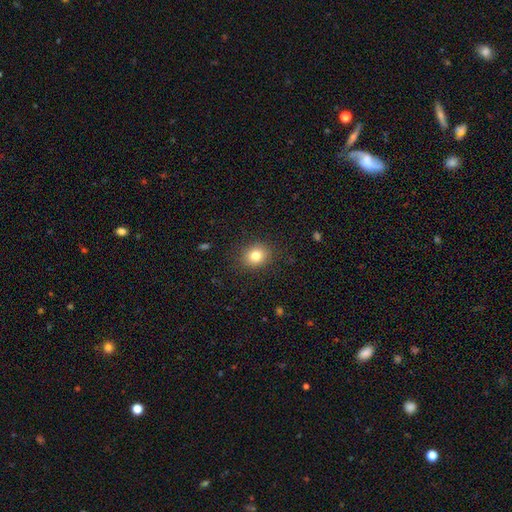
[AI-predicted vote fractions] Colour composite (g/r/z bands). It shows a smooth galaxy with no disk features (80%) that is round (76%). Merging: none (88%).